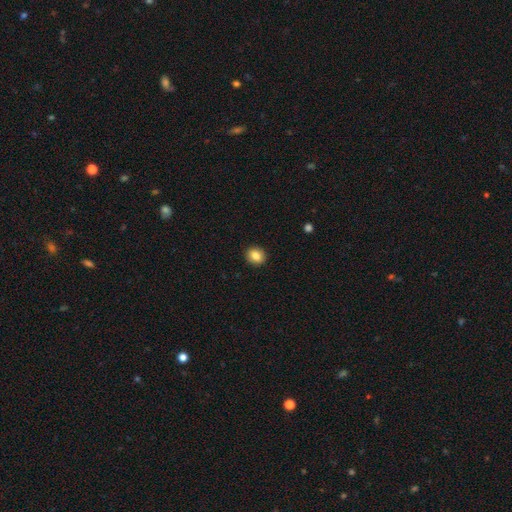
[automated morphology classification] This is clearly a smooth galaxy (85%). How rounded: likely round (68%). Merging: clearly none (92%).